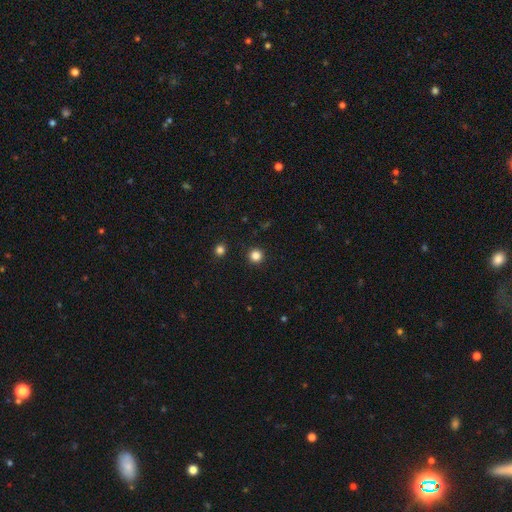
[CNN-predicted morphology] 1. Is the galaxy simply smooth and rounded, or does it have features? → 83% smooth, 13% star or artifact, 4% featured or disk.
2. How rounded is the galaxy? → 96% round, 3% in between, 1% cigar-shaped.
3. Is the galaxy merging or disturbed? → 93% none, 4% minor disturbance, 2% major disturbance, 1% merger.